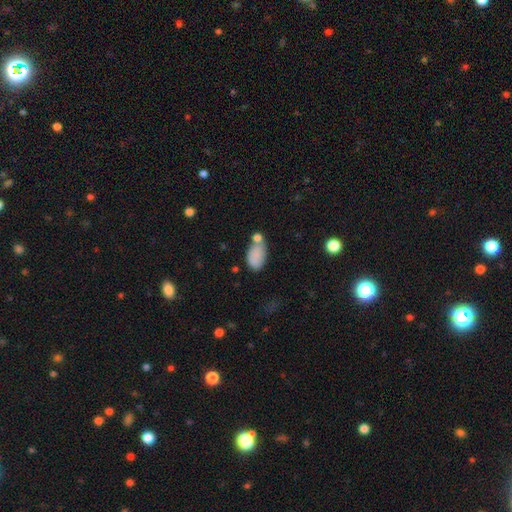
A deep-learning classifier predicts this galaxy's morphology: Smooth or featured? smooth (83%)
How rounded? in between (93%)
Merging? none (45%)